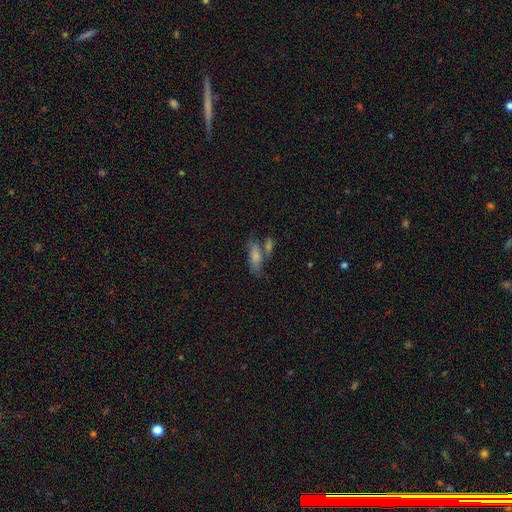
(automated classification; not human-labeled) Morphology: type=smooth (68%); roundness=in between (65%); merging=none (41%).